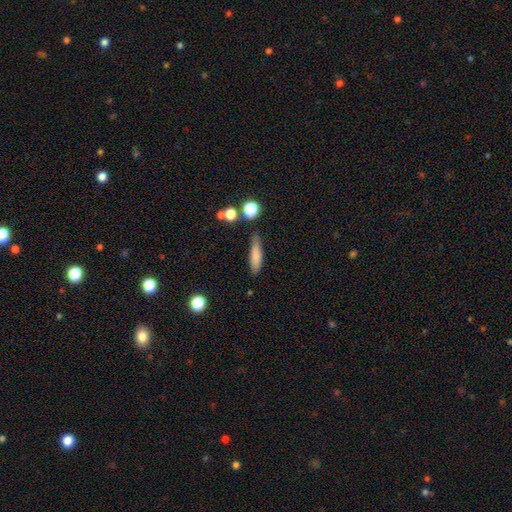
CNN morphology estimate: Overall: smooth (78%). How rounded: cigar-shaped (73%). Merging: none (74%).